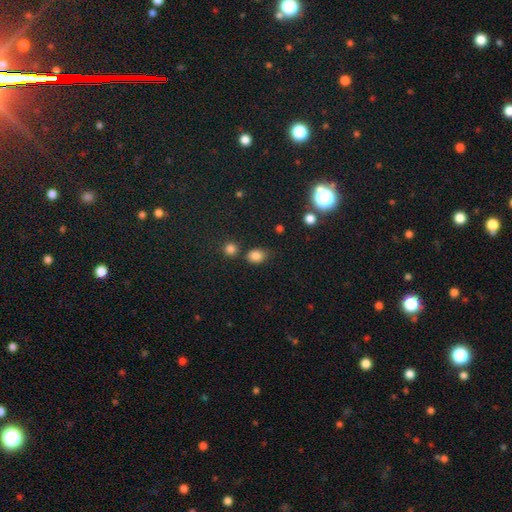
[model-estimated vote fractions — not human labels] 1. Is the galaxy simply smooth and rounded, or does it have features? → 82% smooth, 12% star or artifact, 5% featured or disk.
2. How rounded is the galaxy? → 59% in between, 40% round, 1% cigar-shaped.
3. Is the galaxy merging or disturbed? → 67% none, 19% minor disturbance, 10% merger, 5% major disturbance.